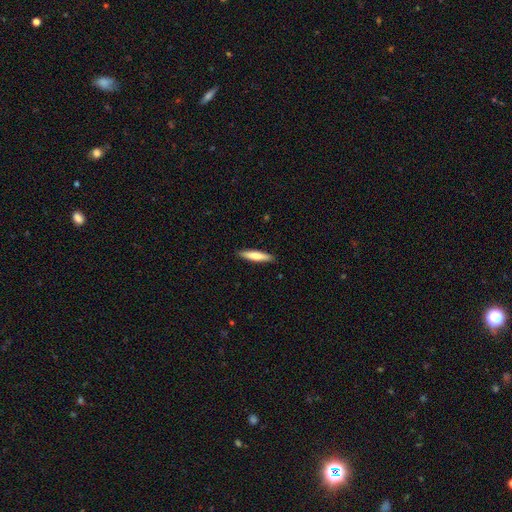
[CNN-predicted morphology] smooth_or_featured: smooth (p=0.73) [alt: featured or disk p=0.22]
how_rounded: cigar-shaped (p=0.83) [alt: in between p=0.16]
merging: none (p=0.90) [alt: minor disturbance p=0.07]